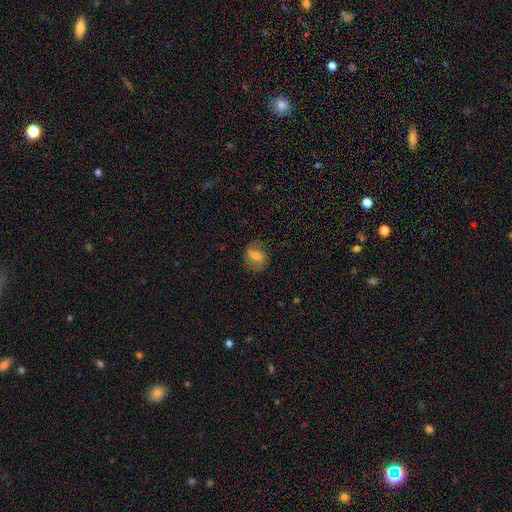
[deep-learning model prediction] This is possibly a smooth galaxy (50%). Merging: likely none (70%).